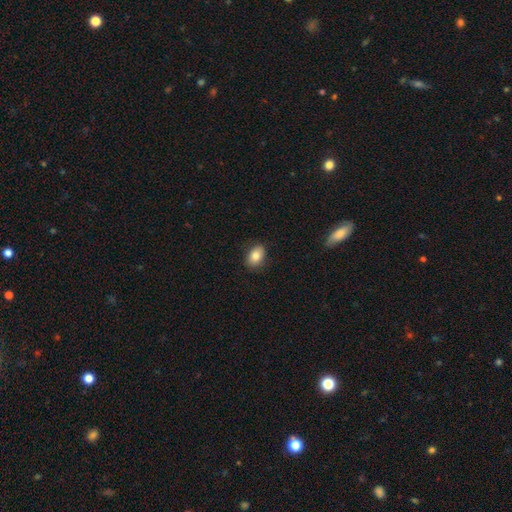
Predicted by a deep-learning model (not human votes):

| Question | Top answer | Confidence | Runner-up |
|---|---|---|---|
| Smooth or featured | smooth | 82% | featured or disk (10%) |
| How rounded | in between | 81% | round (17%) |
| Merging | none | 86% | minor disturbance (10%) |